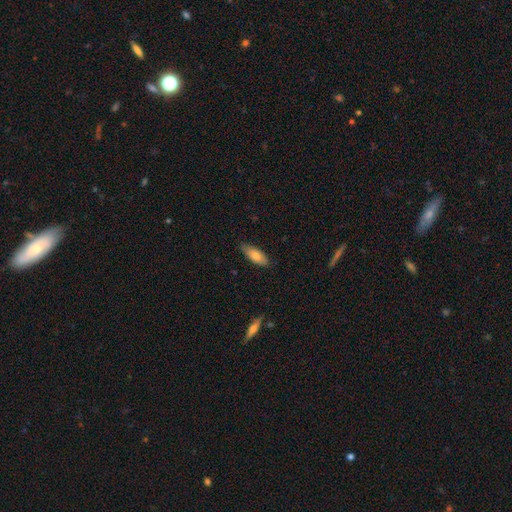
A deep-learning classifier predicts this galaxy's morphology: Overall: smooth (77%). How rounded: in between (73%). Merging: none (81%).